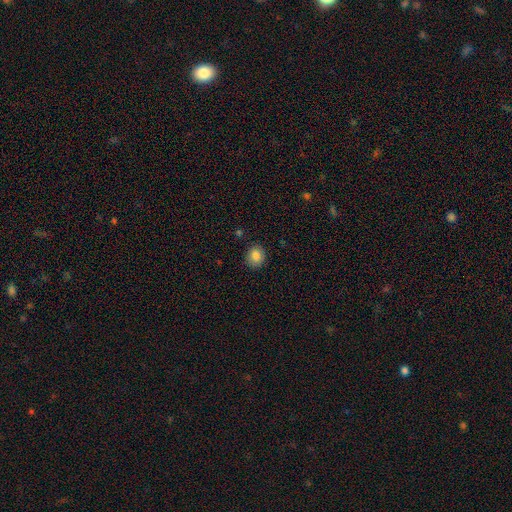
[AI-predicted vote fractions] This appears to be a smooth galaxy with no disk features (84%) that is round (70%). Merging: none (87%).